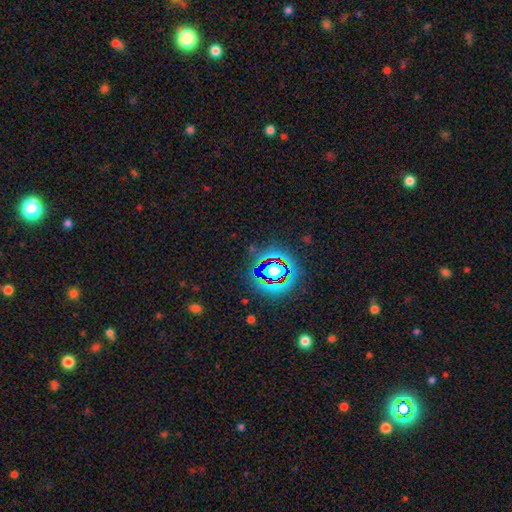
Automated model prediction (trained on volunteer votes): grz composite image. It shows a star or artifact, not a galaxy (82%).